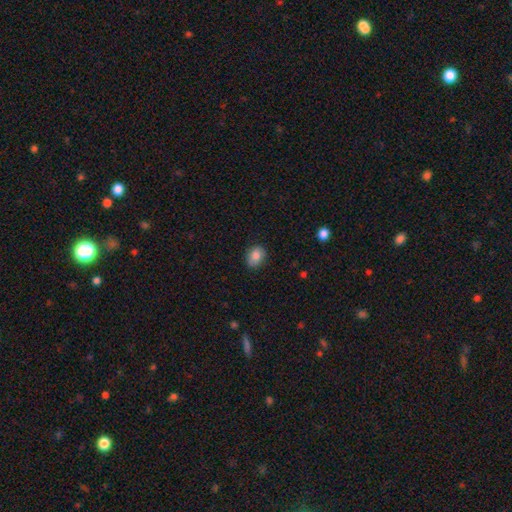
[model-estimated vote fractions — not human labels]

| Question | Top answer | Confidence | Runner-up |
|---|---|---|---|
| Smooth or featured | smooth | 85% | star or artifact (8%) |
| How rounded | in between | 66% | round (33%) |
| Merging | none | 83% | minor disturbance (13%) |